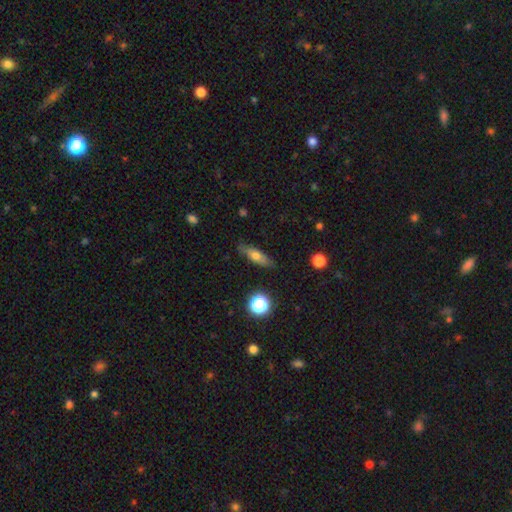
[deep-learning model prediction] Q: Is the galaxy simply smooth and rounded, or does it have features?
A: smooth — 60%.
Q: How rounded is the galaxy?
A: cigar-shaped — 53%.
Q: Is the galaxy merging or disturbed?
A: none — 82%.